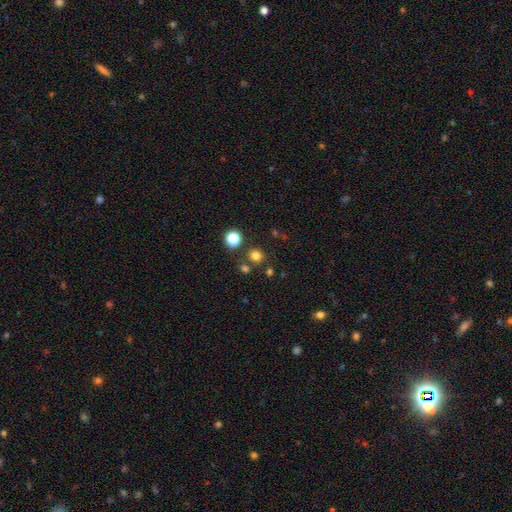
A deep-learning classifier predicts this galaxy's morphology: Smooth or featured: smooth — 76% (star or artifact — 19%)
How rounded: round — 90% (in between — 9%)
Merging: none — 80% (merger — 10%)